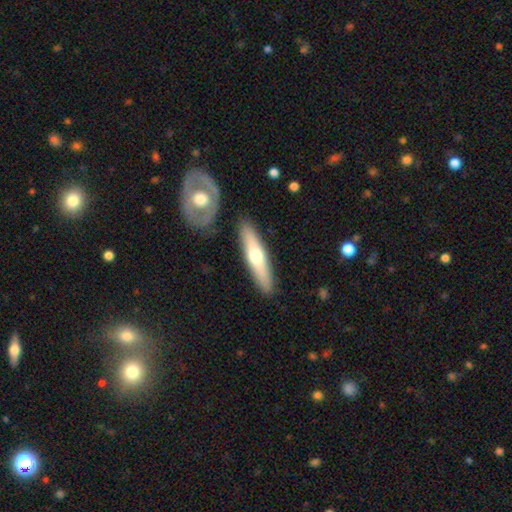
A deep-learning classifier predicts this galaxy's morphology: This appears to be a featured or disk galaxy (50%). Merging: none (87%).